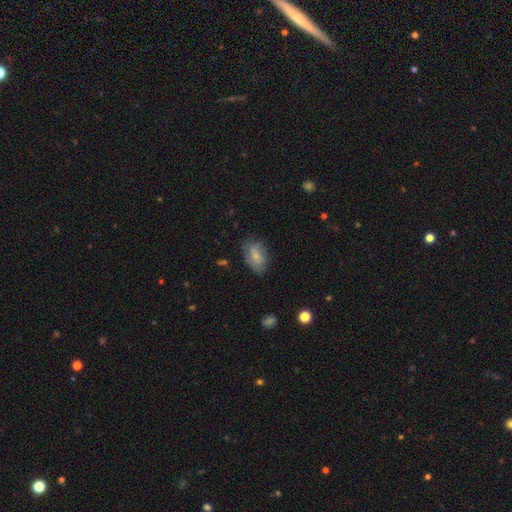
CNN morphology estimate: smooth_or_featured: smooth (p=0.69) [alt: featured or disk p=0.24]
how_rounded: in between (p=0.89) [alt: round p=0.09]
merging: none (p=0.71) [alt: minor disturbance p=0.22]